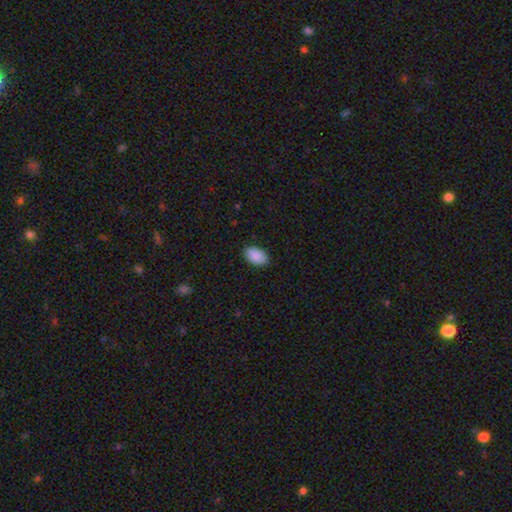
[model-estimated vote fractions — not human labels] smooth-or-featured: smooth: 91% | star or artifact: 6% | featured or disk: 3%
  how-rounded: in between: 93% | round: 6% | cigar-shaped: 1%
  merging: none: 87% | minor disturbance: 10% | major disturbance: 2% | merger: 1%